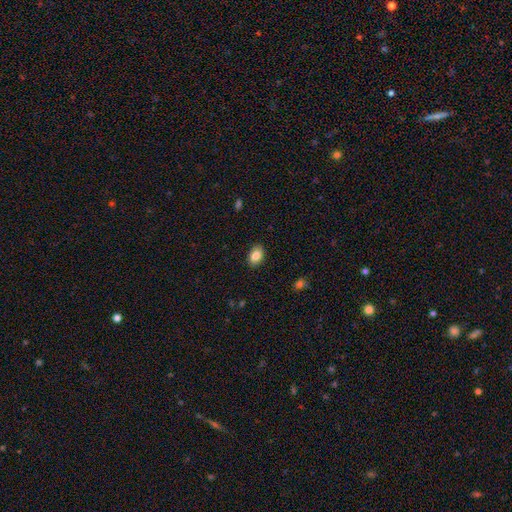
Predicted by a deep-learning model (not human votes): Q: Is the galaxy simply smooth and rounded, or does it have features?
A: smooth — 87%.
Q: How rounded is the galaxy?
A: in between — 87%.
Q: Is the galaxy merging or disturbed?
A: none — 88%.